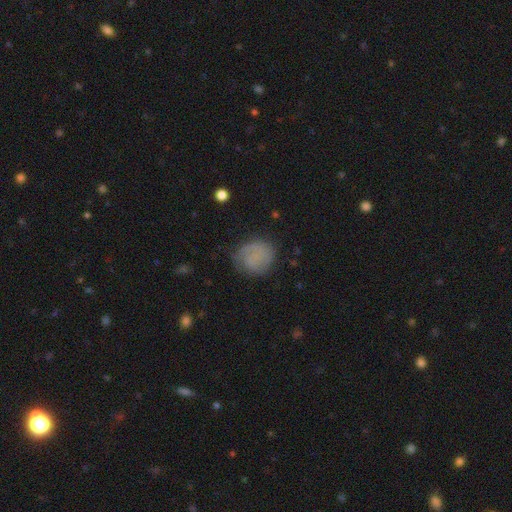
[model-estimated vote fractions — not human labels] Overall: smooth (59%; featured or disk 31%). How rounded: round (77%). Merging: none (67%).